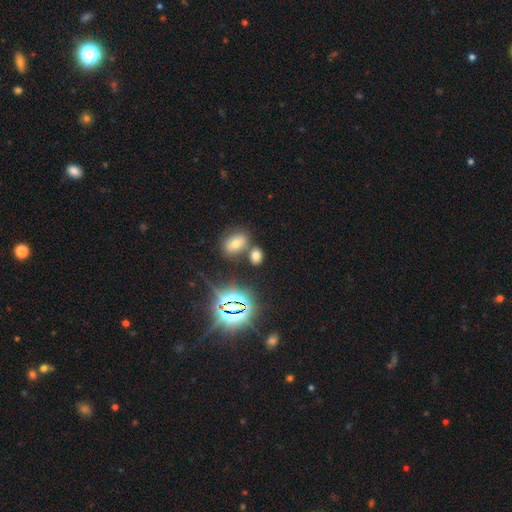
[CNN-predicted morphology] This is possibly a smooth galaxy (58%). How rounded: likely in between (74%). Merging: likely none (63%).